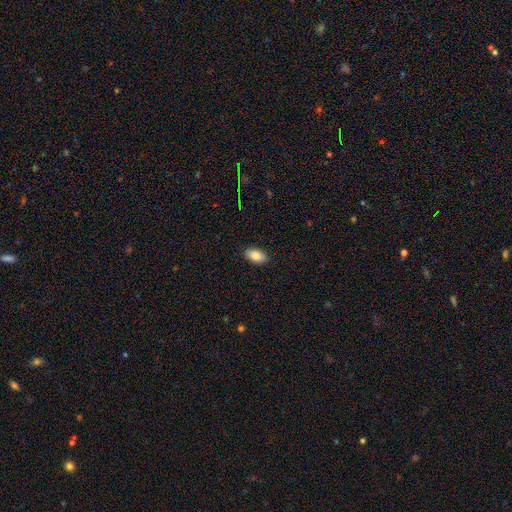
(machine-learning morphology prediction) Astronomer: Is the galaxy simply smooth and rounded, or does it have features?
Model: smooth — 86%.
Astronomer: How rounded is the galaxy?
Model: in between — 94%.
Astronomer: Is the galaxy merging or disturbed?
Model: none — 89%.